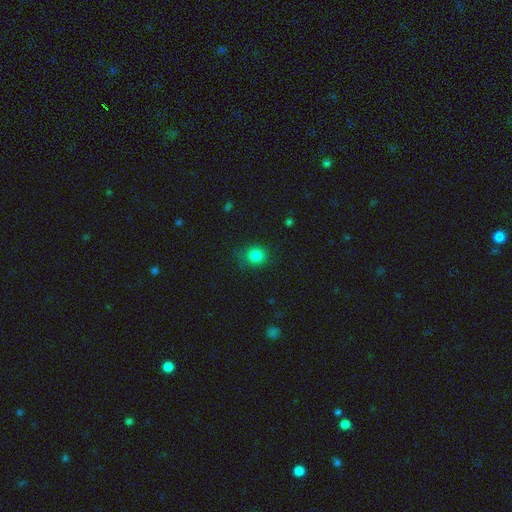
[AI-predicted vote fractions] The model was most divided on "merging": none: 75%, minor disturbance: 18%, major disturbance: 6%, merger: 2%. More confident: smooth or featured — smooth (84%); how rounded — round (78%).